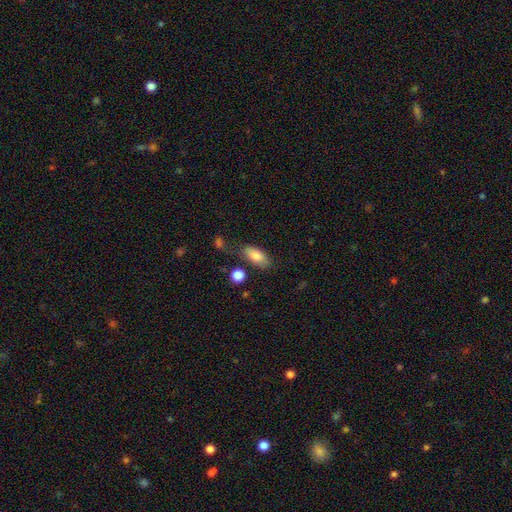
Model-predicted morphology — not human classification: smooth_or_featured: smooth (p=0.82) [alt: featured or disk p=0.11]
how_rounded: in between (p=0.86) [alt: cigar-shaped p=0.11]
merging: none (p=0.73) [alt: minor disturbance p=0.16]